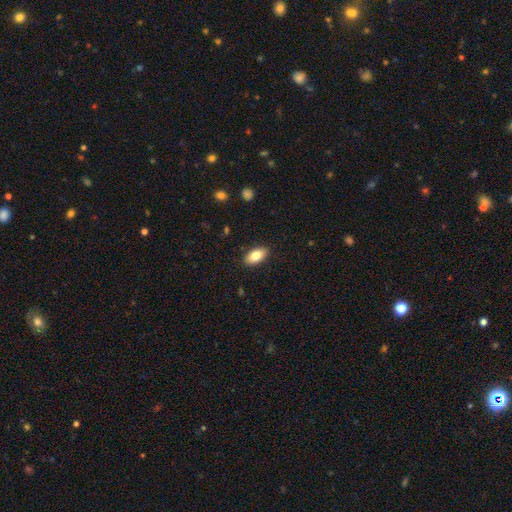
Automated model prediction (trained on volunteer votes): A smooth galaxy with no disk features (82%) that is in between round and cigar-shaped (93%).

Vote fractions:
- Smooth or featured? smooth: 82% / featured or disk: 11% / star or artifact: 7%
- How rounded? in between: 93% / round: 4% / cigar-shaped: 3%
- Merging? none: 89% / minor disturbance: 9% / major disturbance: 2% / merger: 1%